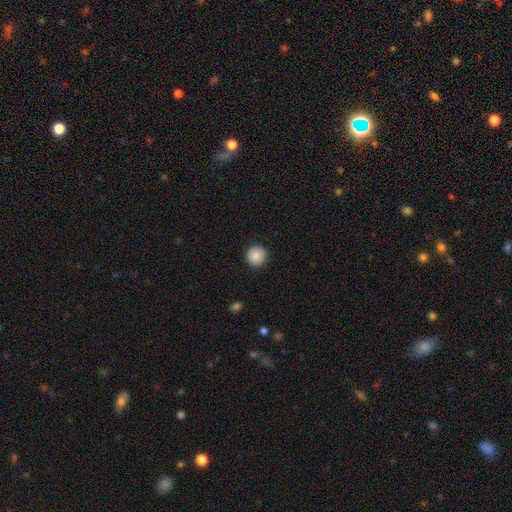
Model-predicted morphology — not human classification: smooth_or_featured: smooth (p=0.88) [alt: star or artifact p=0.08]
how_rounded: round (p=0.96) [alt: in between p=0.03]
merging: none (p=0.92) [alt: minor disturbance p=0.06]